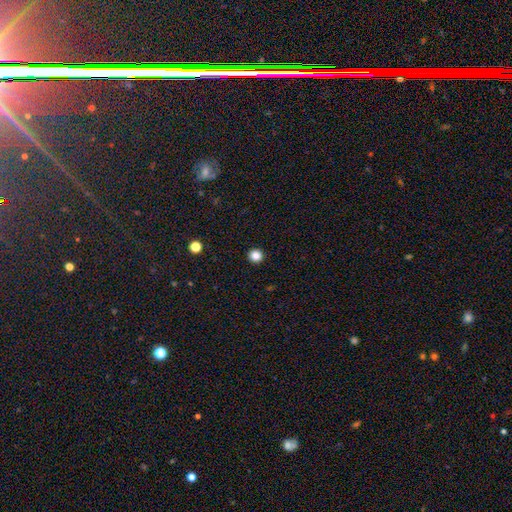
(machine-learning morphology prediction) smooth_or_featured: smooth (p=0.85) [alt: star or artifact p=0.12]
how_rounded: round (p=0.94) [alt: in between p=0.05]
merging: none (p=0.94) [alt: minor disturbance p=0.04]